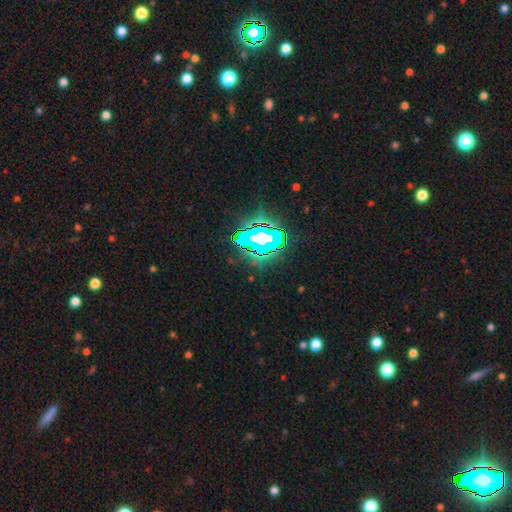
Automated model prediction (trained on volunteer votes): Smooth or featured? Predicted: star or artifact (p=0.82).